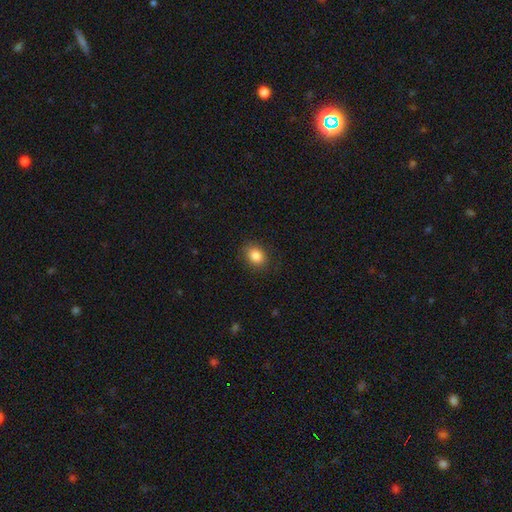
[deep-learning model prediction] Smooth or featured?
  - smooth: 85% *
  - star or artifact: 9%
  - featured or disk: 5%
How rounded?
  - in between: 57% *
  - round: 42%
  - cigar-shaped: 1%
Merging?
  - none: 85% *
  - minor disturbance: 11%
  - major disturbance: 3%
  - merger: 1%